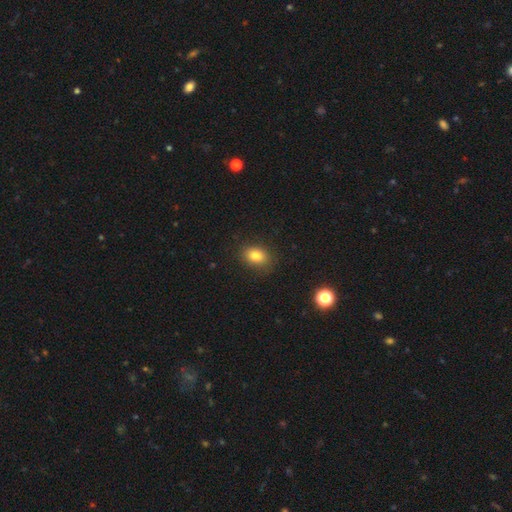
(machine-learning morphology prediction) Smooth or featured: smooth — 81% (star or artifact — 11%)
How rounded: in between — 69% (round — 29%)
Merging: none — 85% (minor disturbance — 11%)